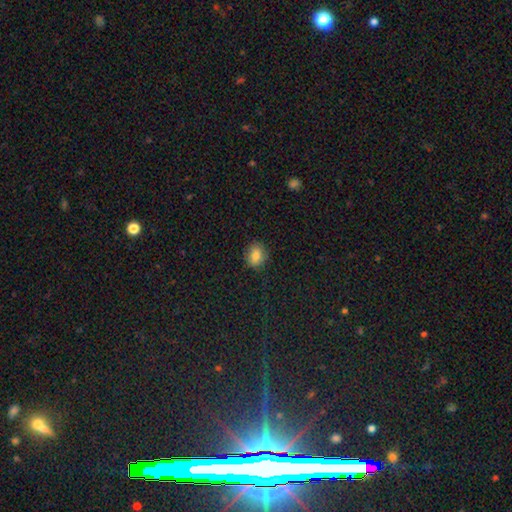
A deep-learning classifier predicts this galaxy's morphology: This appears to be a smooth galaxy with no disk features (81%) that is round (59%). Merging: none (84%).